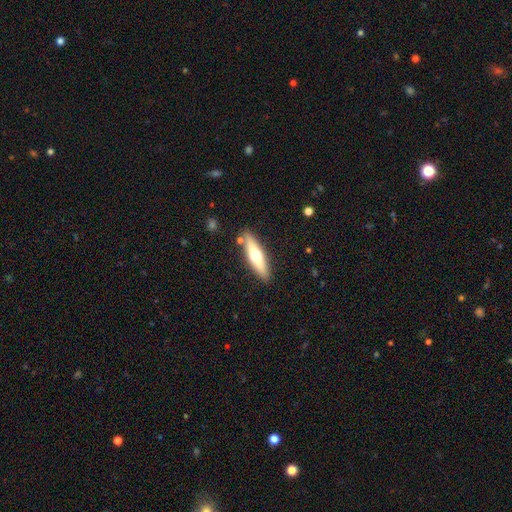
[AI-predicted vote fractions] A smooth galaxy with no disk features (48%). Merging: none (86%).